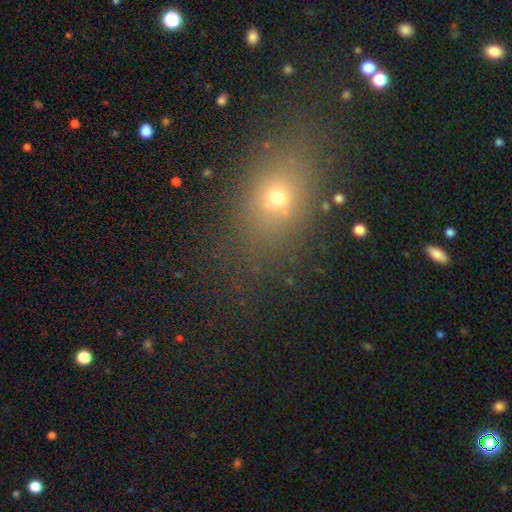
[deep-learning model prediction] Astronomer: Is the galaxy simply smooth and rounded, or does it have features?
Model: smooth — 58%.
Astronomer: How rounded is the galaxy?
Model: in between — 62%.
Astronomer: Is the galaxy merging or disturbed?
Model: none — 85%.